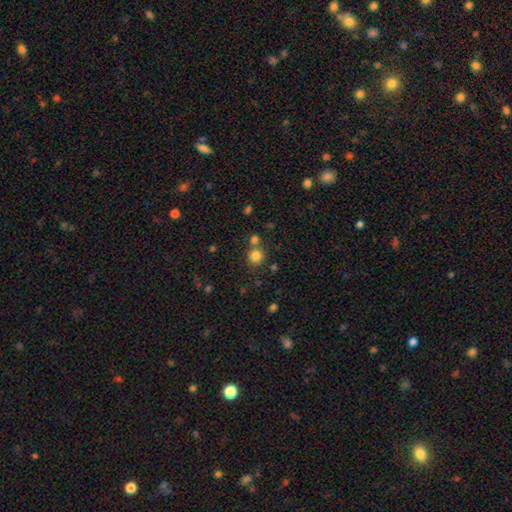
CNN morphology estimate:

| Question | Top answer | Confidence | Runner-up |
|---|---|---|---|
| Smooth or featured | smooth | 81% | star or artifact (13%) |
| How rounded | round | 91% | in between (8%) |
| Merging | none | 69% | merger (20%) |